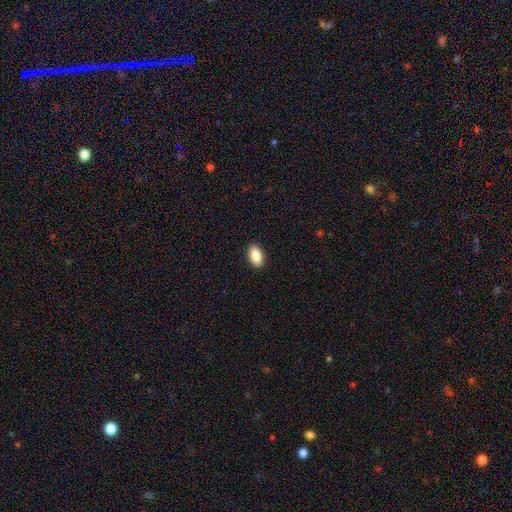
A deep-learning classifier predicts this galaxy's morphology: smooth 86%, featured or disk 7%, star or artifact 7%. Down the decision tree: how rounded — in between (93%); merging — none (91%).